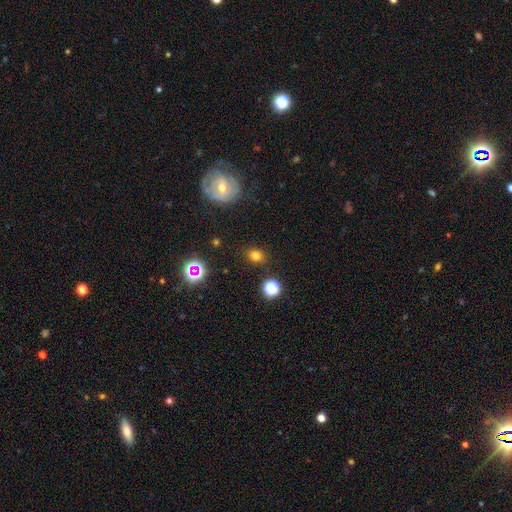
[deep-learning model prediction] Morphology: type=smooth (75%); roundness=round (64%); merging=none (86%).